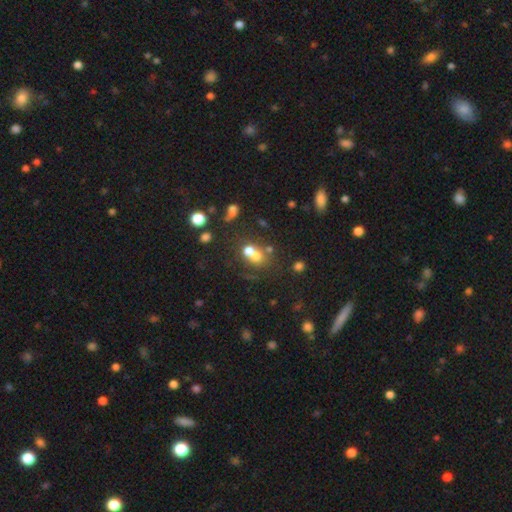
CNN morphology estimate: Smooth or featured? smooth (60%)
How rounded? round (67%)
Merging? merger (53%)